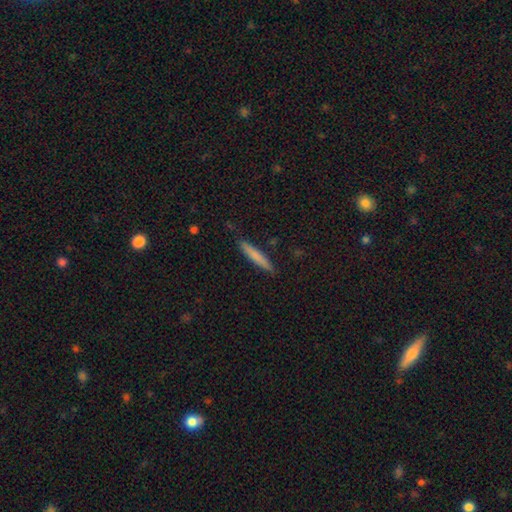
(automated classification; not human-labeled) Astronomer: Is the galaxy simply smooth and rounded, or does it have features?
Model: smooth — 75%.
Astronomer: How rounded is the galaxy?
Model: cigar-shaped — 94%.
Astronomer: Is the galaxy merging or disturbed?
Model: none — 88%.